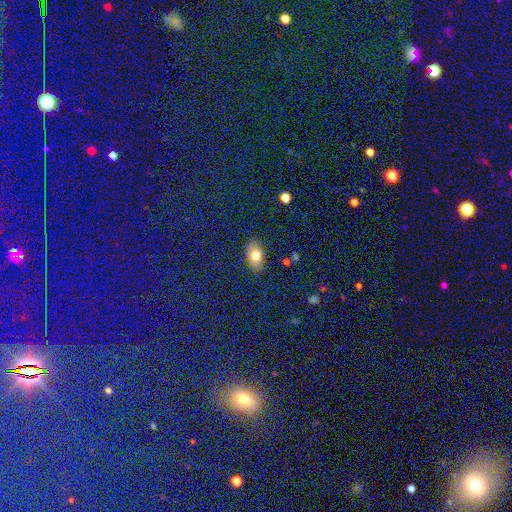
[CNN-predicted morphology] Overall: smooth (73%). How rounded: in between (86%). Merging: none (85%).